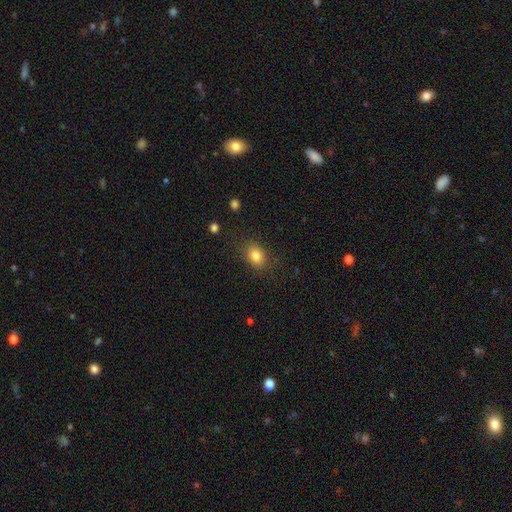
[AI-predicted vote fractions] smooth-or-featured: smooth: 82% | star or artifact: 10% | featured or disk: 8%
  how-rounded: in between: 72% | round: 26% | cigar-shaped: 1%
  merging: none: 83% | minor disturbance: 12% | major disturbance: 4% | merger: 1%